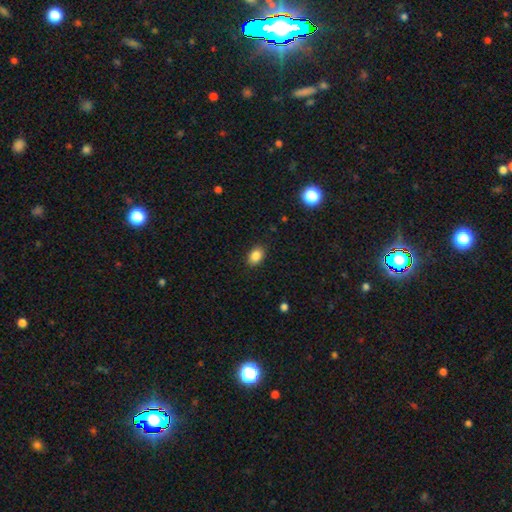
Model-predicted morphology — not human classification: Smooth or featured? Predicted: smooth (p=0.86). How rounded? Predicted: in between (p=0.80). Merging? Predicted: none (p=0.88).